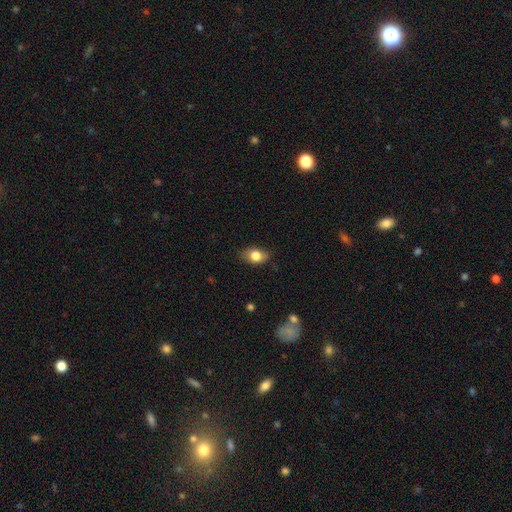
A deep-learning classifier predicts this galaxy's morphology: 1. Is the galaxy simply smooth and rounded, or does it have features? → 79% smooth, 13% featured or disk, 8% star or artifact.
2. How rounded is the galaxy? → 77% in between, 21% round, 2% cigar-shaped.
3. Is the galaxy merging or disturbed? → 77% none, 19% minor disturbance, 4% major disturbance, 1% merger.